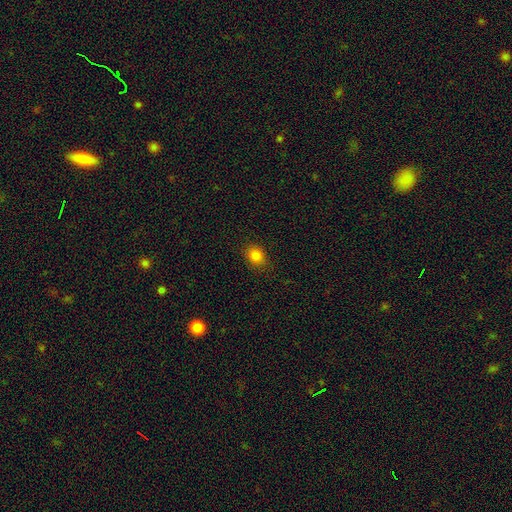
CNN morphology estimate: The model was most divided on "how rounded": in between: 50%, round: 49%, cigar-shaped: 1%. More confident: merging — none (86%); smooth or featured — smooth (83%).